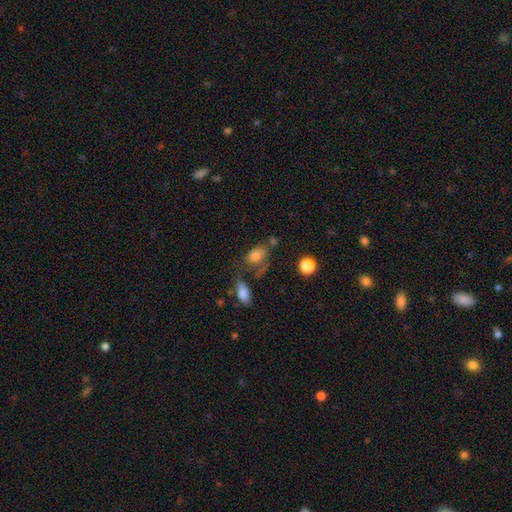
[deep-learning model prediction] smooth-or-featured: smooth: 74% | featured or disk: 14% | star or artifact: 11%
  how-rounded: in between: 83% | round: 15% | cigar-shaped: 2%
  merging: none: 39% | minor disturbance: 23% | major disturbance: 20% | merger: 18%